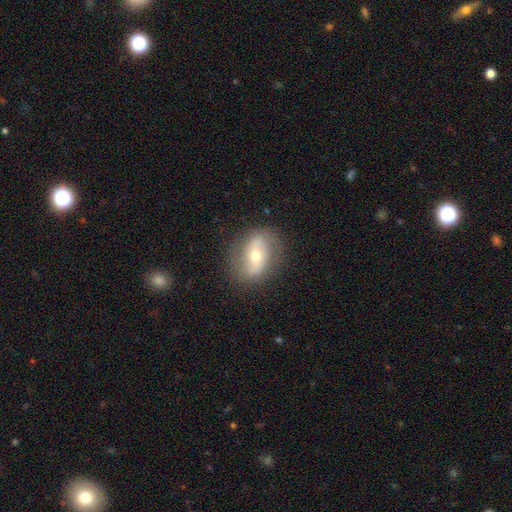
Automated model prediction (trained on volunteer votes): The model was most divided on "bar": no: 39%, weak: 32%, strong: 29%. More confident: edge-on disk — no (93%); merging — none (80%); spiral arms — yes (67%); bulge size — moderate (61%); smooth or featured — featured or disk (60%).